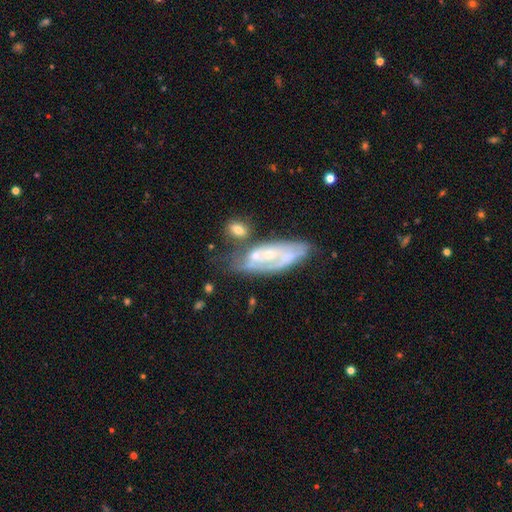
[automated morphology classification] This appears to be a featured or disk galaxy (68%) with no bar (75%), spiral arms (61%) and a small central bulge (56%). Merging: none (32%).